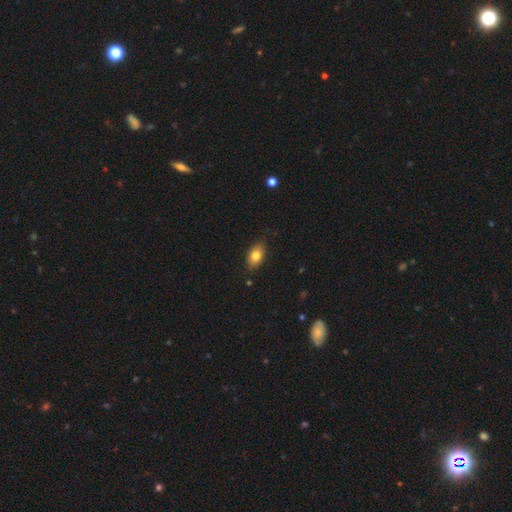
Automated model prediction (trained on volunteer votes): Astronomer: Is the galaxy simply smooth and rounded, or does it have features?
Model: smooth — 81%.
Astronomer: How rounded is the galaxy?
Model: in between — 84%.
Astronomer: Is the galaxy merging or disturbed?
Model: none — 82%.